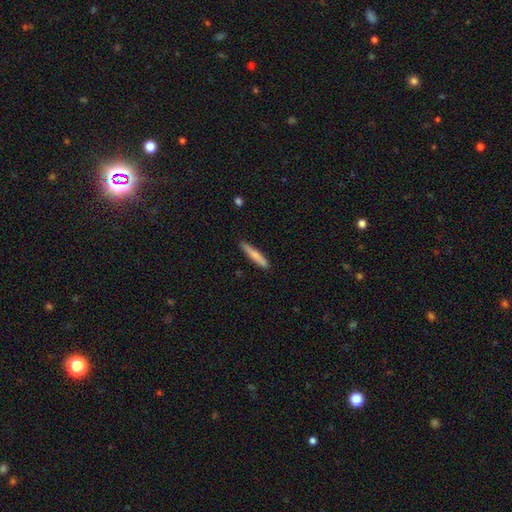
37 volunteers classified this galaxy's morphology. A smooth galaxy with no disk features (70%) that is cigar-shaped (92%).

Vote fractions:
- Smooth or featured? smooth: 70% / featured or disk: 22% / star or artifact: 8%
- How rounded? cigar-shaped: 92% / round: 4% / in between: 4%
- Merging? none: 88% / minor disturbance: 6% / major disturbance: 6% / merger: 0%